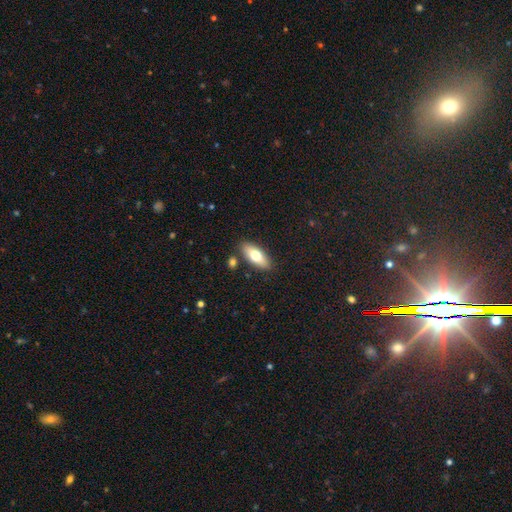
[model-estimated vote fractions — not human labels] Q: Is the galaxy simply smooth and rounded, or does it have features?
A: smooth — 73%.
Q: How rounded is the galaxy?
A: in between — 79%.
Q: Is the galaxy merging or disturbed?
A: none — 85%.